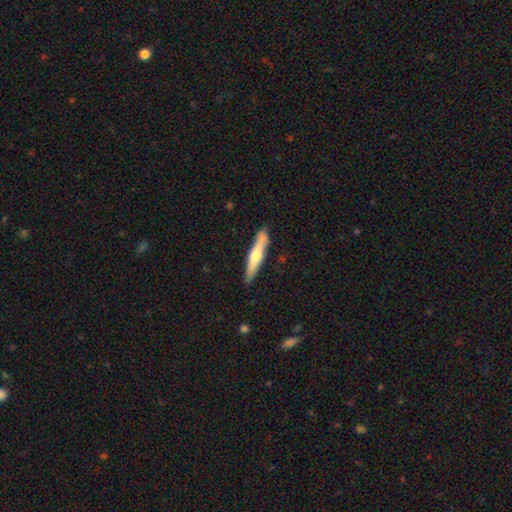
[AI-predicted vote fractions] Smooth or featured? Predicted: smooth (p=0.49). Merging? Predicted: none (p=0.84).